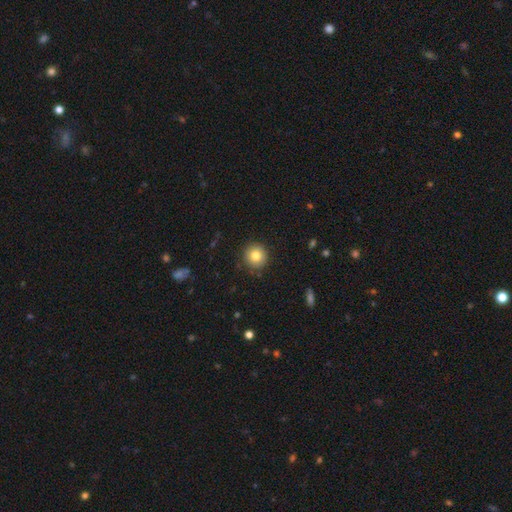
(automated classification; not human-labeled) Morphology: type=smooth (81%); roundness=round (94%); merging=none (89%).